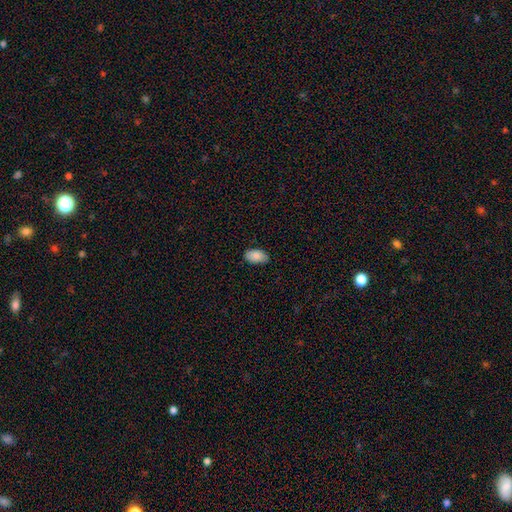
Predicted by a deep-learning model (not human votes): Q: Smooth or featured?
A: smooth (89%); runner-up: star or artifact (7%)
Q: How rounded?
A: in between (94%); runner-up: round (4%)
Q: Merging?
A: none (84%); runner-up: minor disturbance (13%)